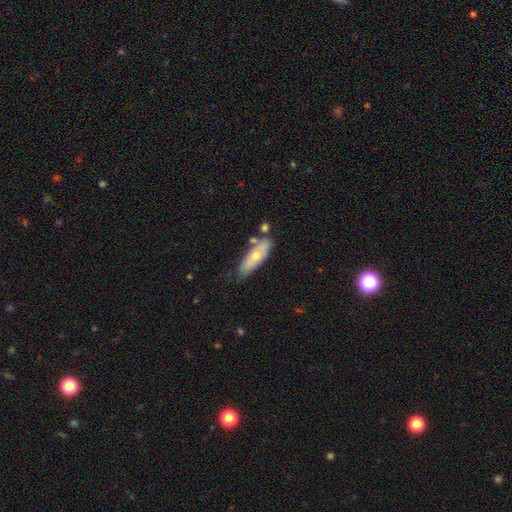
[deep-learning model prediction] Smooth or featured? smooth (55%)
How rounded? in between (57%)
Merging? none (62%)